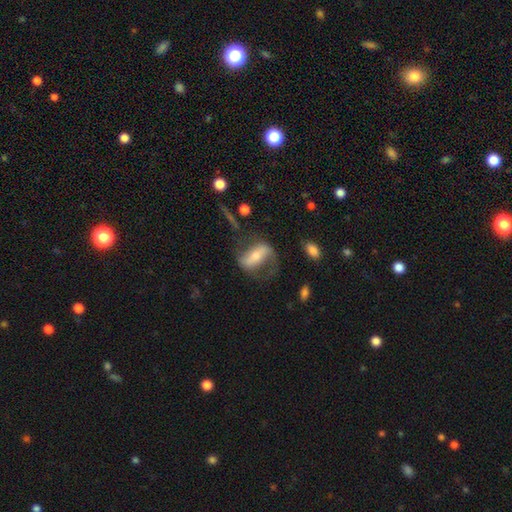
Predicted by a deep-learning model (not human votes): A featured or disk galaxy (72%) with a strong bar (58%), 2 (81%) loose (52%) spiral arms (83%) and a small central bulge (48%). Merging: none (57%).